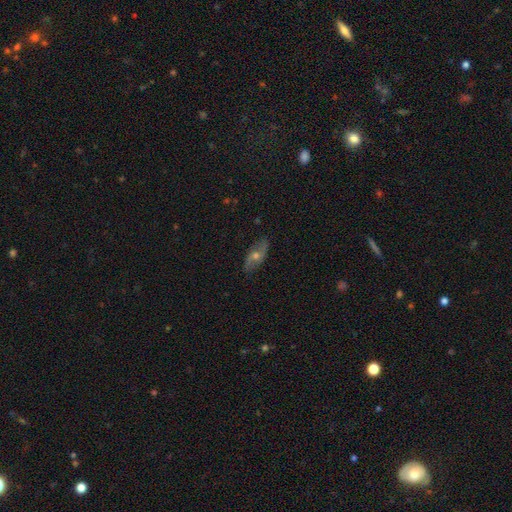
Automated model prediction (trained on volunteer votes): smooth-or-featured: featured or disk: 62% | smooth: 28% | star or artifact: 10%
  disk-edge-on: no: 82% | yes: 18%
    bar: no: 65% | weak: 26% | strong: 8%
    has-spiral-arms: yes: 80% | no: 20%
    bulge-size: moderate: 62% | small: 31% | large: 4% | none: 2% | dominant: 1%
  merging: none: 82% | minor disturbance: 13% | major disturbance: 4% | merger: 1%